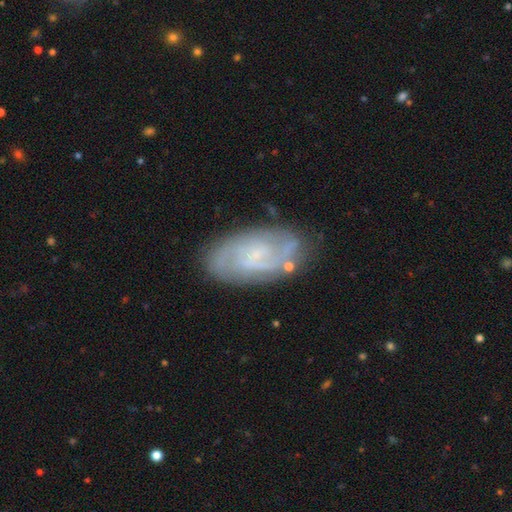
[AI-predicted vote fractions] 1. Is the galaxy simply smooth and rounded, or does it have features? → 74% featured or disk, 19% smooth, 7% star or artifact.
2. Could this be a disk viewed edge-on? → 95% no, 5% yes.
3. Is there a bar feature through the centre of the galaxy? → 46% weak, 44% no, 9% strong.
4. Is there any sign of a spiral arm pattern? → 89% yes, 11% no.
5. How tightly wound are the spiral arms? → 43% tight, 41% medium, 15% loose.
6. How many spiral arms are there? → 45% 2, 32% can't tell, 12% 3, 4% 4, 4% 1, 3% more than 4.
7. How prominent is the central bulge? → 54% small, 31% none, 12% moderate, 2% large, 1% dominant.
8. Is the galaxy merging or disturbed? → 74% none, 17% minor disturbance, 6% major disturbance, 3% merger.